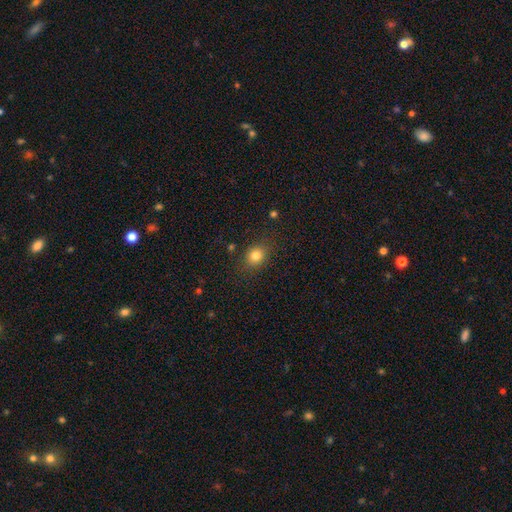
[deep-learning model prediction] A smooth galaxy with no disk features (81%) that is round (55%).

Vote fractions:
- Smooth or featured? smooth: 81% / star or artifact: 12% / featured or disk: 7%
- How rounded? round: 55% / in between: 44% / cigar-shaped: 1%
- Merging? none: 83% / minor disturbance: 12% / major disturbance: 4% / merger: 2%